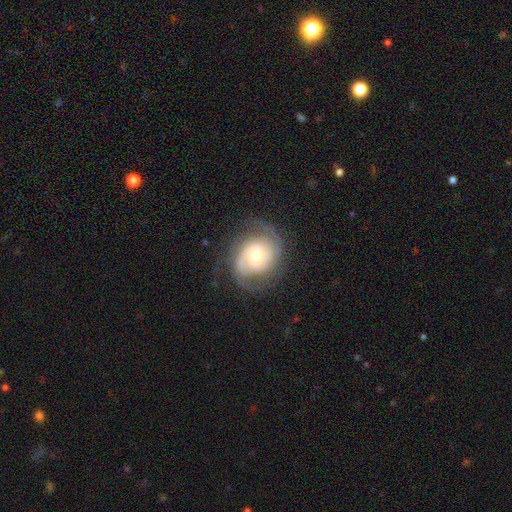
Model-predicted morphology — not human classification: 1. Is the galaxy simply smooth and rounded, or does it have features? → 88% featured or disk, 7% smooth, 5% star or artifact.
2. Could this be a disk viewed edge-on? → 98% no, 2% yes.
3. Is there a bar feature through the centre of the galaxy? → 51% no, 39% weak, 10% strong.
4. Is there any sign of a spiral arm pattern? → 97% yes, 3% no.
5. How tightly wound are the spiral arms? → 55% tight, 36% medium, 8% loose.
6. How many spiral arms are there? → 65% 2, 14% 3, 12% can't tell, 4% 1, 3% 4, 3% more than 4.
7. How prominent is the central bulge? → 60% moderate, 34% small, 4% large, 1% none, 1% dominant.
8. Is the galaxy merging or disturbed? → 75% none, 16% minor disturbance, 8% major disturbance, 1% merger.